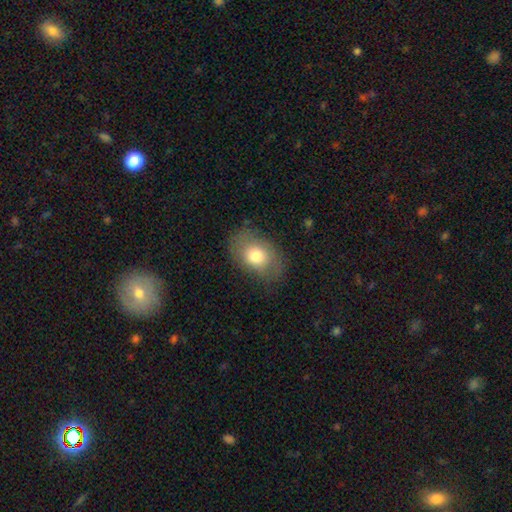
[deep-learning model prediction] Smooth or featured?
  - smooth: 74% *
  - featured or disk: 18%
  - star or artifact: 8%
How rounded?
  - in between: 79% *
  - round: 20%
  - cigar-shaped: 1%
Merging?
  - none: 76% *
  - minor disturbance: 16%
  - major disturbance: 6%
  - merger: 1%